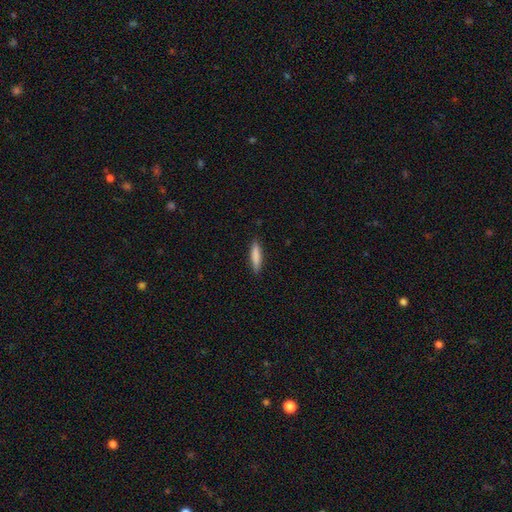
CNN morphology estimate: Smooth or featured?
  - smooth: 83% *
  - featured or disk: 11%
  - star or artifact: 6%
How rounded?
  - cigar-shaped: 80% *
  - in between: 18%
  - round: 1%
Merging?
  - none: 88% *
  - minor disturbance: 9%
  - major disturbance: 2%
  - merger: 1%